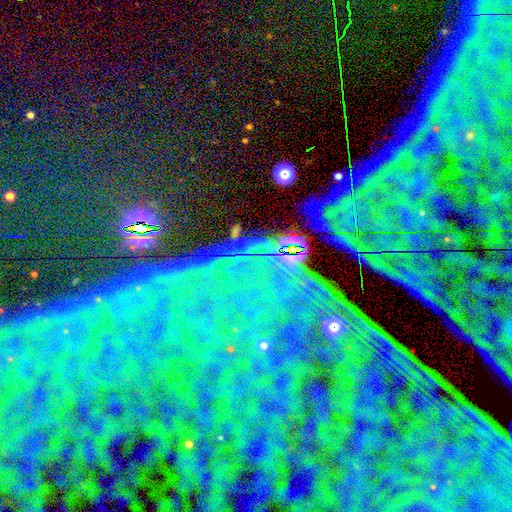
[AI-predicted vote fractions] A star or artifact, not a galaxy (85%).

Vote fractions:
- Smooth or featured? star or artifact: 85% / featured or disk: 8% / smooth: 7%